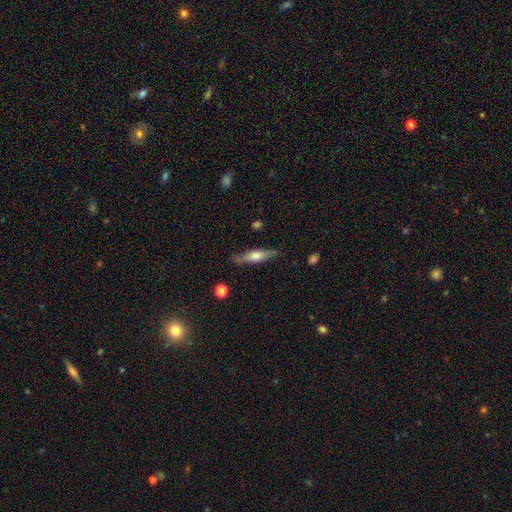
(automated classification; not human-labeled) The model was most divided on "smooth or featured": smooth: 48%, featured or disk: 45%, star or artifact: 6%. More confident: merging — none (77%).